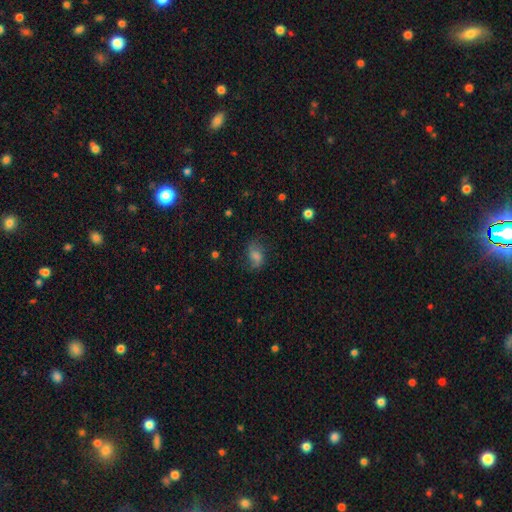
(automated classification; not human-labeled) smooth_or_featured: smooth (p=0.51) [alt: featured or disk p=0.34]
how_rounded: in between (p=0.76) [alt: round p=0.21]
merging: none (p=0.67) [alt: minor disturbance p=0.21]